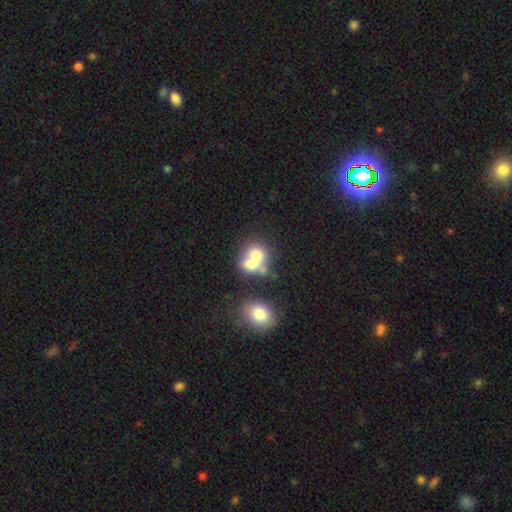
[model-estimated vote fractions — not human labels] Smooth or featured?
  - smooth: 66% *
  - featured or disk: 23%
  - star or artifact: 11%
How rounded?
  - round: 66% *
  - in between: 33%
  - cigar-shaped: 1%
Merging?
  - merger: 66% *
  - none: 23%
  - minor disturbance: 6%
  - major disturbance: 4%